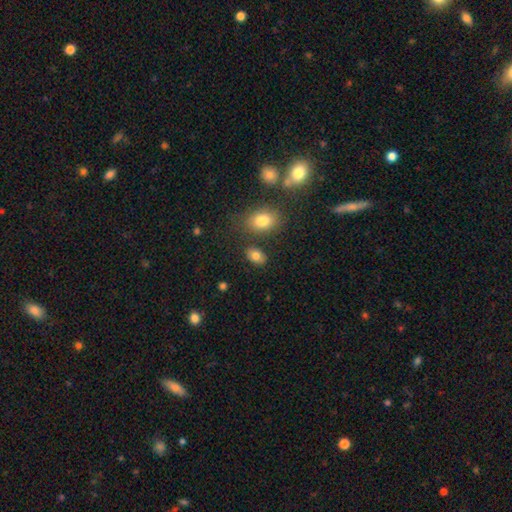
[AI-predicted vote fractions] This appears to be a smooth galaxy with no disk features (80%) that is in between round and cigar-shaped (82%). Merging: none (79%).